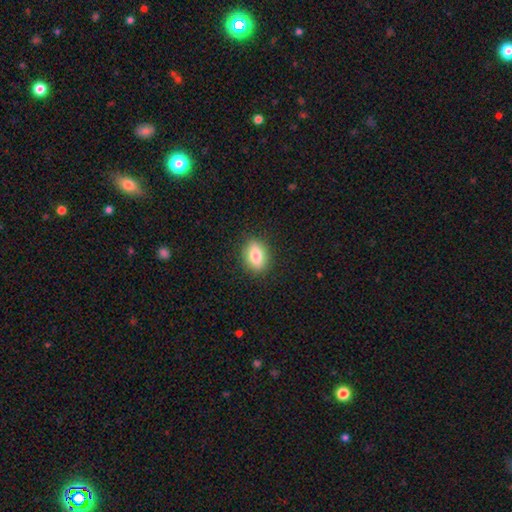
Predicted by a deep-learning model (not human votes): Q: Smooth or featured?
A: smooth (78%); runner-up: featured or disk (14%)
Q: How rounded?
A: in between (77%); runner-up: round (19%)
Q: Merging?
A: none (87%); runner-up: minor disturbance (9%)